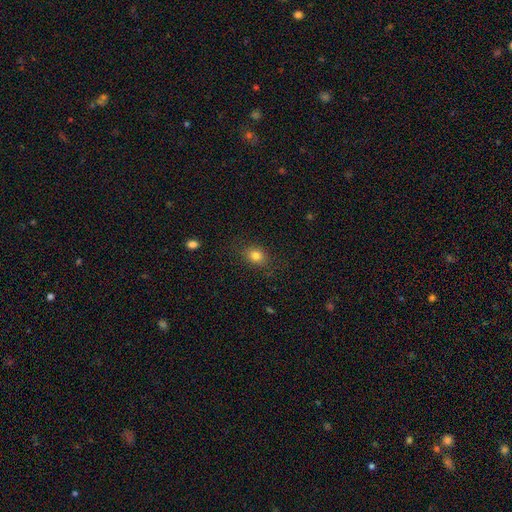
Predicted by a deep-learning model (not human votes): smooth_or_featured: smooth (p=0.81) [alt: star or artifact p=0.11]
how_rounded: round (p=0.50) [alt: in between p=0.49]
merging: none (p=0.83) [alt: minor disturbance p=0.12]